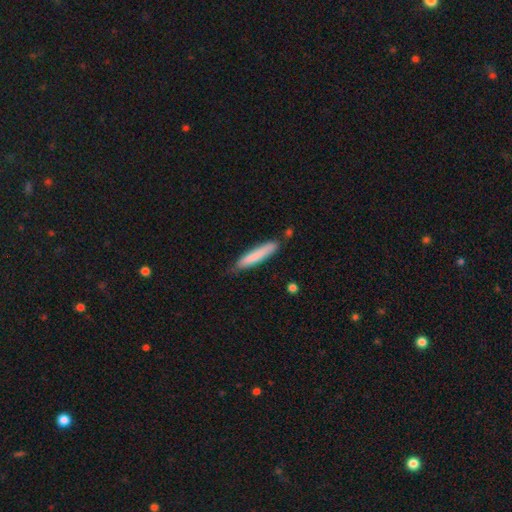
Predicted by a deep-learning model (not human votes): Smooth or featured? Predicted: smooth (p=0.78). How rounded? Predicted: cigar-shaped (p=0.92). Merging? Predicted: none (p=0.75).